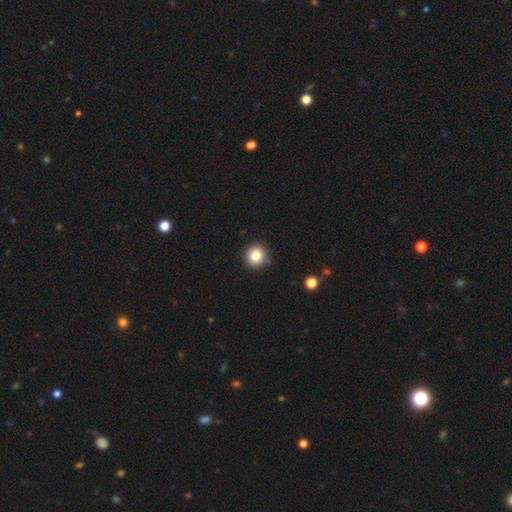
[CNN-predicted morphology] smooth-or-featured: smooth: 83% | star or artifact: 11% | featured or disk: 6%
  how-rounded: round: 91% | in between: 8% | cigar-shaped: 1%
  merging: none: 89% | minor disturbance: 7% | major disturbance: 2% | merger: 2%